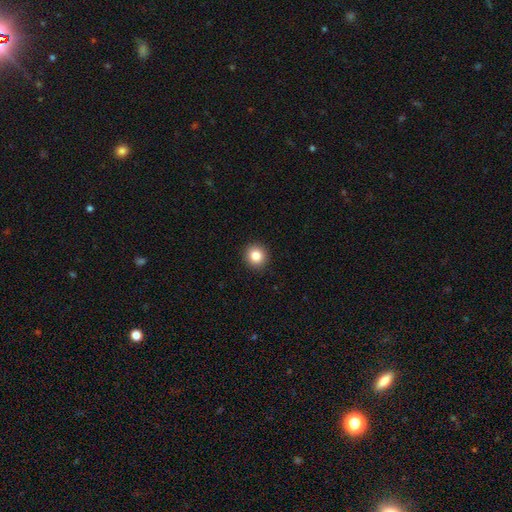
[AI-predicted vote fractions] Smooth or featured: smooth — 84% (star or artifact — 10%)
How rounded: round — 92% (in between — 7%)
Merging: none — 93% (minor disturbance — 5%)